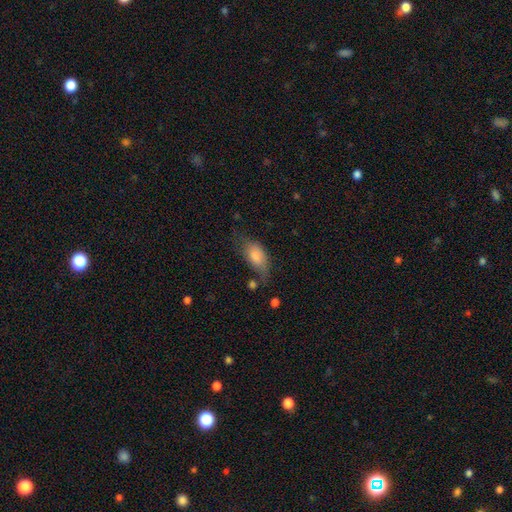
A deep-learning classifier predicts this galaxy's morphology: Q: Smooth or featured?
A: smooth (76%); runner-up: featured or disk (16%)
Q: How rounded?
A: in between (89%); runner-up: cigar-shaped (6%)
Q: Merging?
A: none (47%); runner-up: minor disturbance (33%)